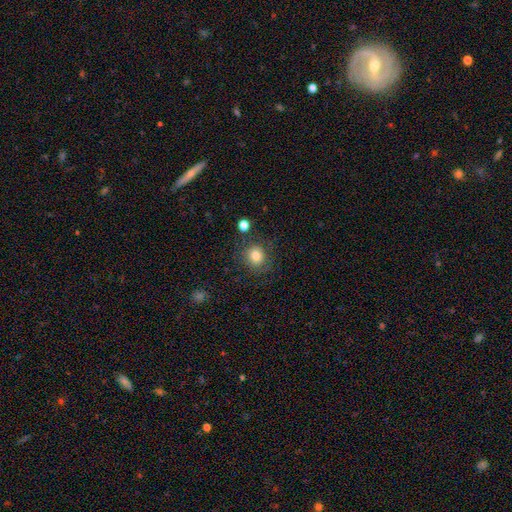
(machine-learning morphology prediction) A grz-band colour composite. It shows a smooth galaxy with no disk features (81%) that is round (82%). Merging: none (80%).